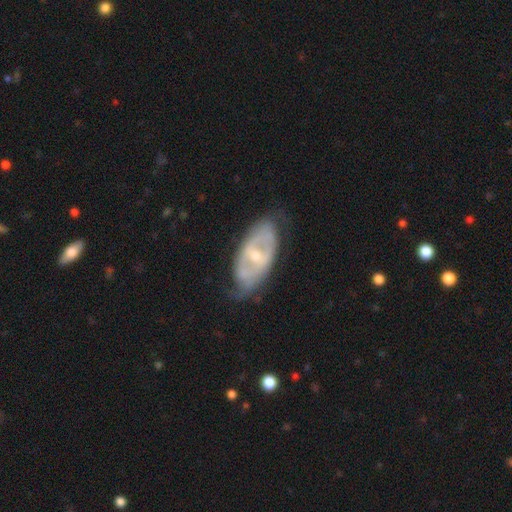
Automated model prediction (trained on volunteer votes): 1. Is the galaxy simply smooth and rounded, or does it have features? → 74% featured or disk, 20% smooth, 6% star or artifact.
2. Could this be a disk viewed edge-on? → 90% no, 10% yes.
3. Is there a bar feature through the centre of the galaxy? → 41% weak, 31% no, 28% strong.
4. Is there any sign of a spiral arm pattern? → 57% yes, 43% no.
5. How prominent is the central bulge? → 56% small, 40% moderate, 1% large, 1% none, 1% dominant.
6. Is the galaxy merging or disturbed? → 64% none, 25% minor disturbance, 10% major disturbance, 2% merger.